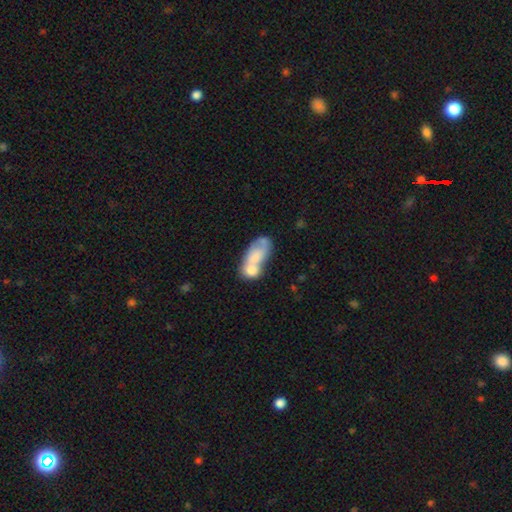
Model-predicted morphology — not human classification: smooth-or-featured: smooth: 63% | featured or disk: 29% | star or artifact: 7%
  how-rounded: in between: 87% | round: 7% | cigar-shaped: 6%
  merging: merger: 66% | none: 16% | minor disturbance: 10% | major disturbance: 8%